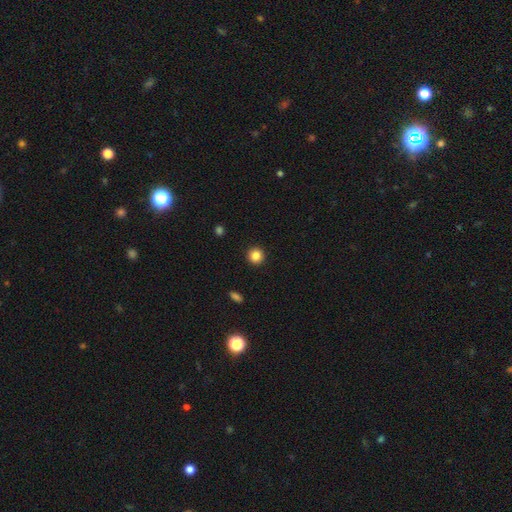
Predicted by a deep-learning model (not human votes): A smooth galaxy with no disk features (85%) that is round (95%).

Vote fractions:
- Smooth or featured? smooth: 85% / star or artifact: 11% / featured or disk: 4%
- How rounded? round: 95% / in between: 4% / cigar-shaped: 1%
- Merging? none: 93% / minor disturbance: 4% / major disturbance: 2% / merger: 1%